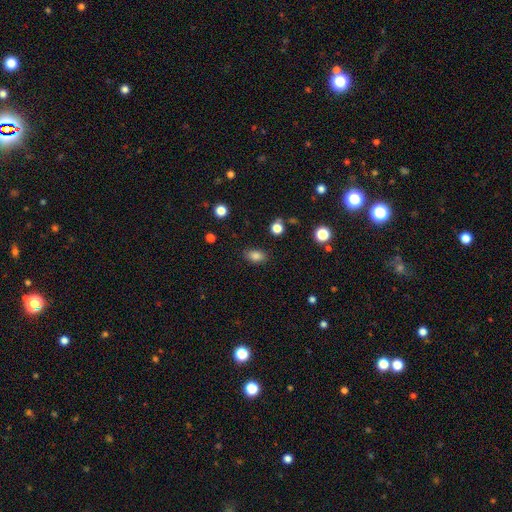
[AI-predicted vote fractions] smooth 83%, star or artifact 11%, featured or disk 6%. Down the decision tree: how rounded — in between (85%); merging — none (85%).